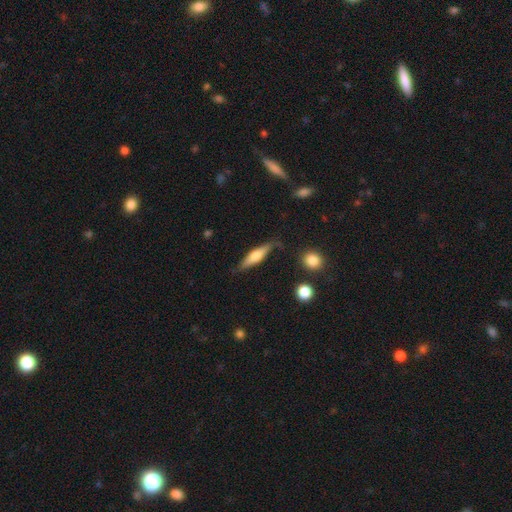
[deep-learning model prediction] Morphology: type=featured or disk (48%); merging=none (76%).